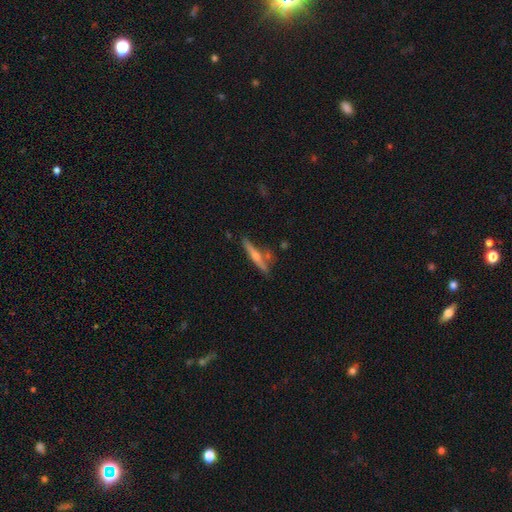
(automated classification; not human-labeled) The model was most divided on "smooth or featured": featured or disk: 61%, smooth: 32%, star or artifact: 7%. More confident: edge-on disk — yes (96%); edge-on bulge — rounded (87%); merging — none (77%).